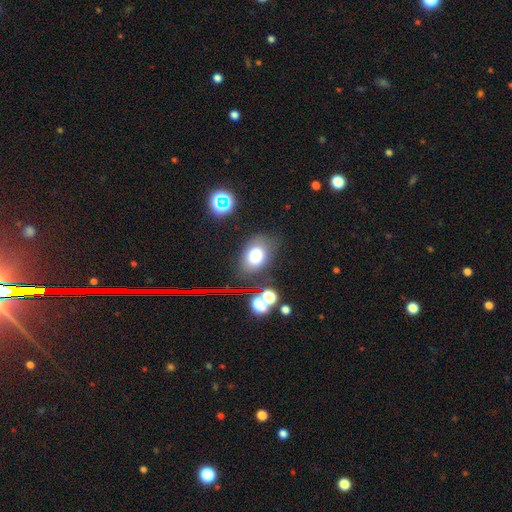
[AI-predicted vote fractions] Q: Smooth or featured?
A: smooth (74%); runner-up: star or artifact (15%)
Q: How rounded?
A: in between (75%); runner-up: round (23%)
Q: Merging?
A: none (77%); runner-up: minor disturbance (14%)